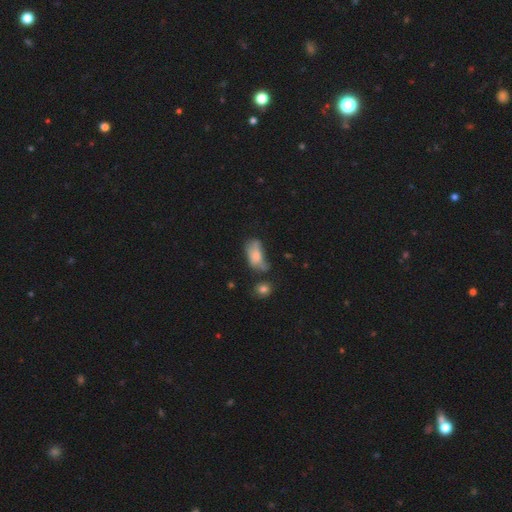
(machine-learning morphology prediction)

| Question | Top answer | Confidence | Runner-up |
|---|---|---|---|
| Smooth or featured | smooth | 68% | featured or disk (22%) |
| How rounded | in between | 89% | cigar-shaped (7%) |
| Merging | none | 32% | minor disturbance (31%) |